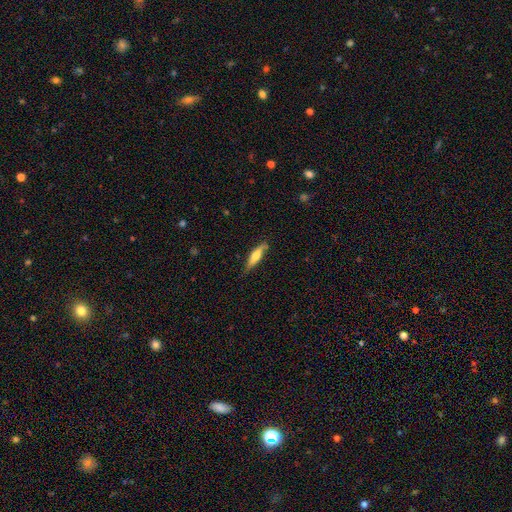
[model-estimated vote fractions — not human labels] This is possibly a smooth galaxy (54%). How rounded: likely cigar-shaped (75%). Merging: likely none (75%).